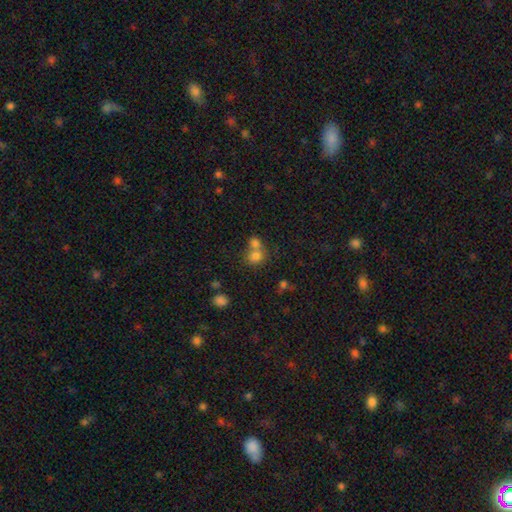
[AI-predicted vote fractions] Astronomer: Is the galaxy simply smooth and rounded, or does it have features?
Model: smooth — 76%.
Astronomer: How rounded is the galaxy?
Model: round — 72%.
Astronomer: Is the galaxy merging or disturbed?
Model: merger — 55% (runner-up: none, 35%).